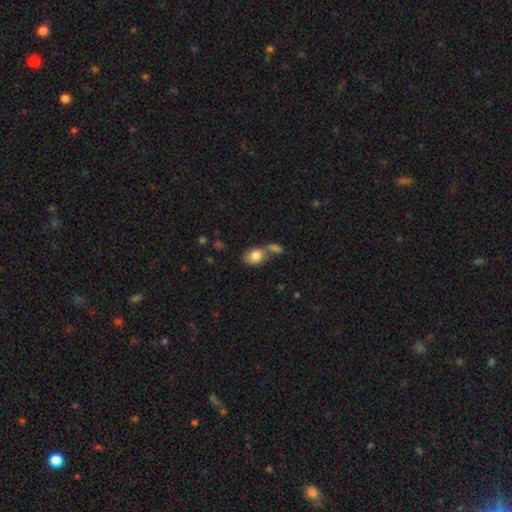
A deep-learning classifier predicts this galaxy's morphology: A smooth galaxy with no disk features (82%) that is in between round and cigar-shaped (70%). Merging: merger (43%).